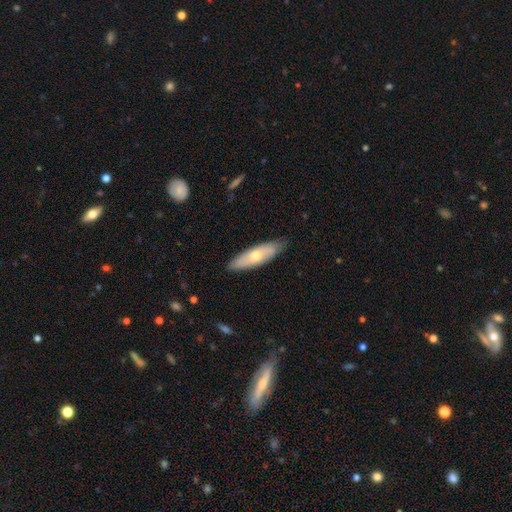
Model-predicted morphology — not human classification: This is possibly a smooth galaxy (59%). How rounded: possibly cigar-shaped (50%). Merging: clearly none (82%).